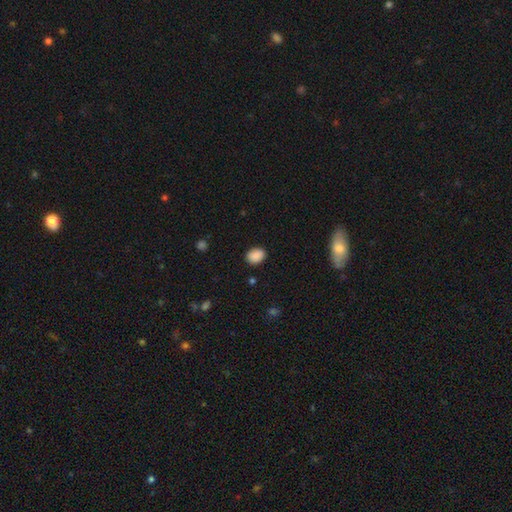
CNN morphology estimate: The model was most divided on "how rounded": in between: 61%, round: 38%, cigar-shaped: 1%. More confident: smooth or featured — smooth (88%); merging — none (87%).